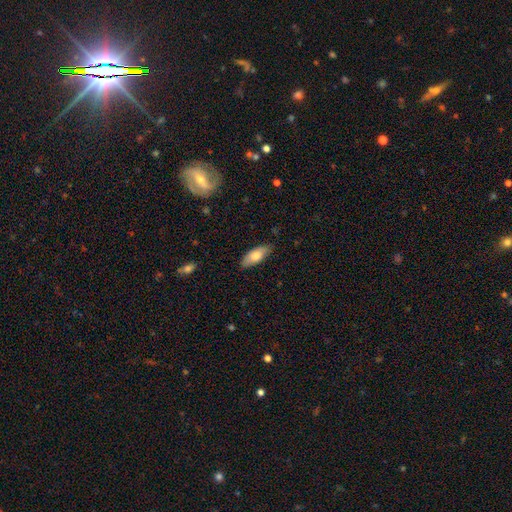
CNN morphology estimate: type=smooth (76%); roundness=in between (81%); merging=none (83%).